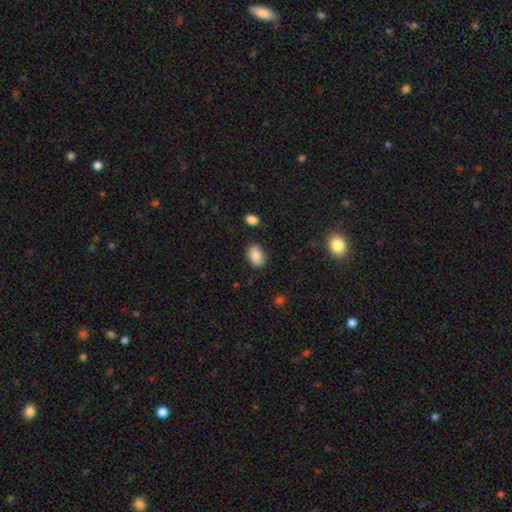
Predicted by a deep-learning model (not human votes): Smooth or featured? smooth (86%)
How rounded? in between (82%)
Merging? none (84%)